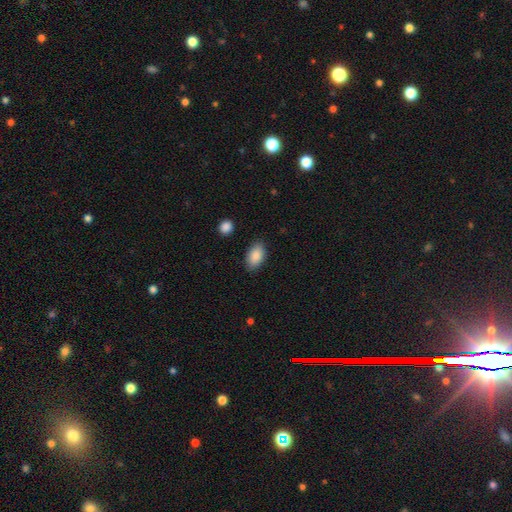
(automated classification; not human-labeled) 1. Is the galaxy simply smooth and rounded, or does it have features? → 87% smooth, 7% star or artifact, 6% featured or disk.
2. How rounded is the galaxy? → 92% in between, 5% round, 3% cigar-shaped.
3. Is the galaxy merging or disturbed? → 85% none, 11% minor disturbance, 3% major disturbance, 2% merger.